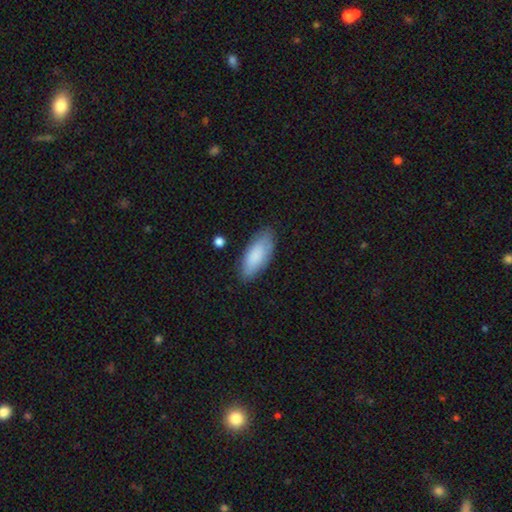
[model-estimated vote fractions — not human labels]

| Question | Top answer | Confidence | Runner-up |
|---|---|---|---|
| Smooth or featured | smooth | 84% | featured or disk (11%) |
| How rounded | in between | 82% | cigar-shaped (16%) |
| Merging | none | 81% | minor disturbance (15%) |